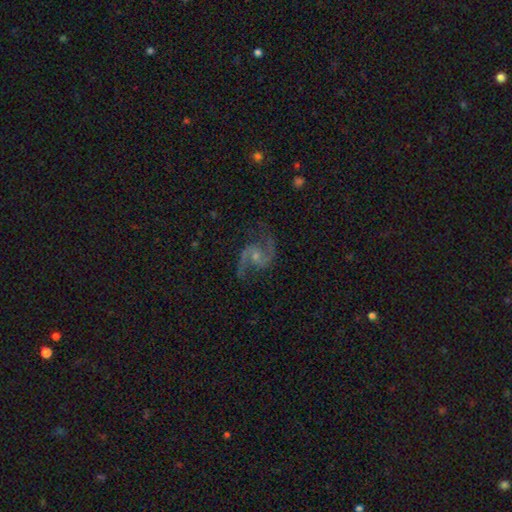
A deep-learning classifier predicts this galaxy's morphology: type=featured or disk (90%); edge-on=no (98%); bar=no (54%); spiral arms=yes (98%); winding=medium (49%); arm count=2 (94%); bulge=small (56%); merging=none (76%).